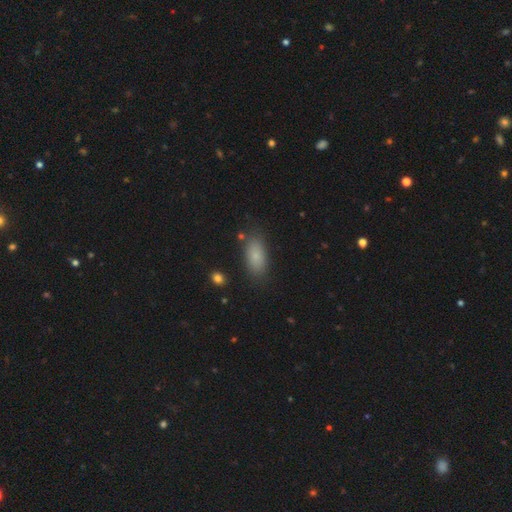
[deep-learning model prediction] Smooth or featured? smooth (82%)
How rounded? in between (86%)
Merging? none (81%)